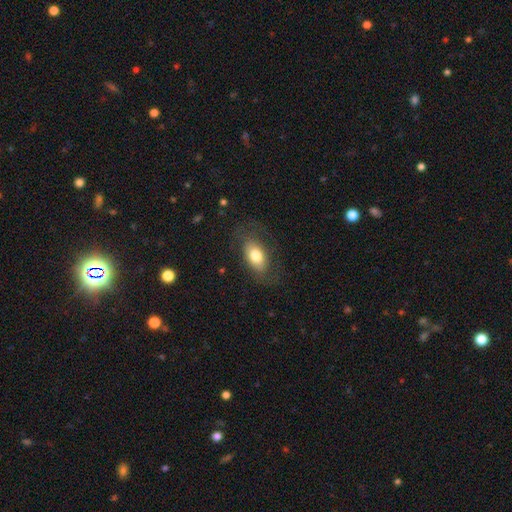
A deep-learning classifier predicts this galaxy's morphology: type=smooth (72%); roundness=in between (90%); merging=none (71%).